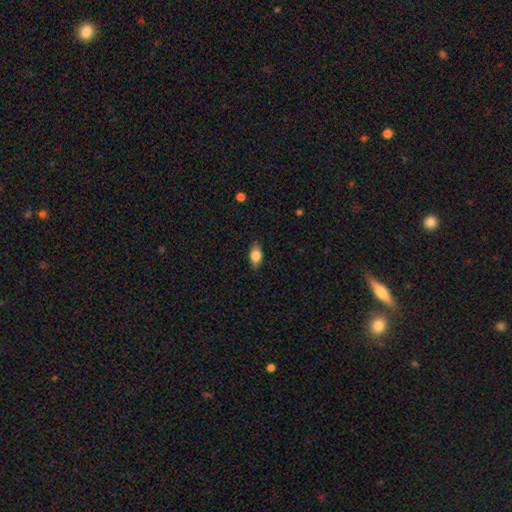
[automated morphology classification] This is likely a smooth galaxy (78%). How rounded: clearly in between (83%). Merging: clearly none (82%).